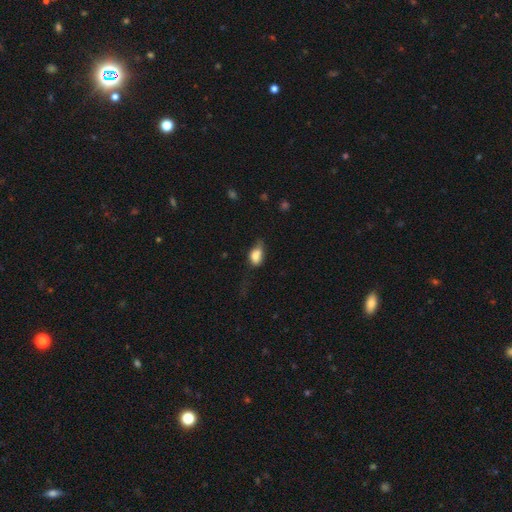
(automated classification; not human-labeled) smooth 77%, featured or disk 14%, star or artifact 8%. Down the decision tree: how rounded — in between (83%); merging — minor disturbance (38%).